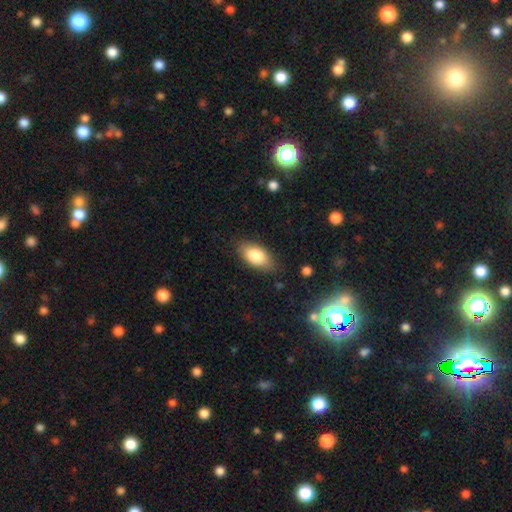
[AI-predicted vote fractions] Smooth or featured?
  - smooth: 81% *
  - featured or disk: 12%
  - star or artifact: 7%
How rounded?
  - in between: 91% *
  - cigar-shaped: 5%
  - round: 4%
Merging?
  - none: 83% *
  - minor disturbance: 13%
  - major disturbance: 3%
  - merger: 1%